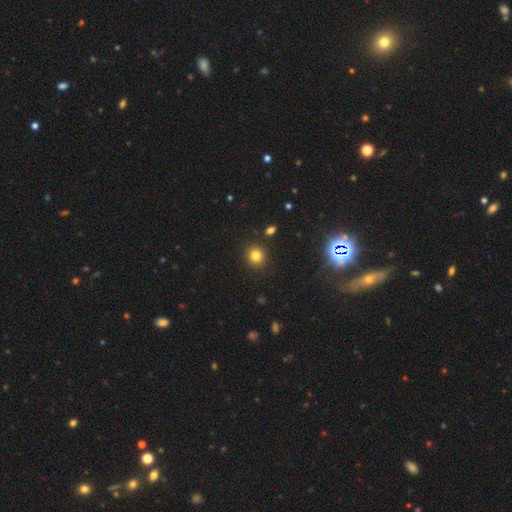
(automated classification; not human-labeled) The model was most divided on "smooth or featured": smooth: 80%, star or artifact: 14%, featured or disk: 6%. More confident: merging — none (89%); how rounded — round (87%).